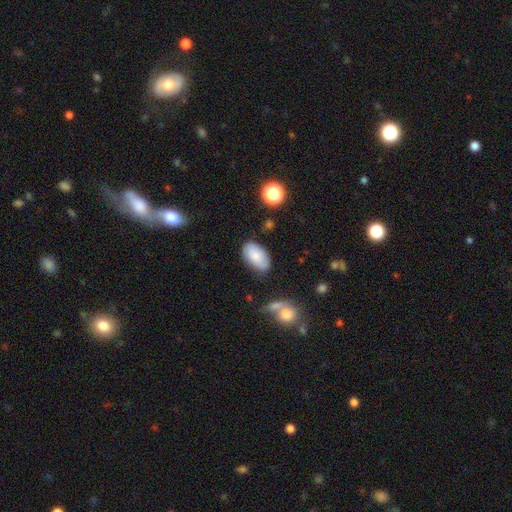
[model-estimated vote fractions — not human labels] Smooth or featured: smooth — 83% (featured or disk — 10%)
How rounded: in between — 95% (round — 4%)
Merging: none — 78% (minor disturbance — 15%)